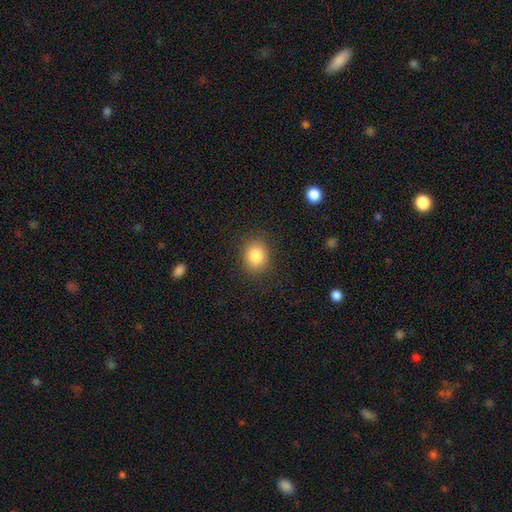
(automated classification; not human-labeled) This appears to be a smooth galaxy with no disk features (85%) that is round (66%). Merging: none (87%).